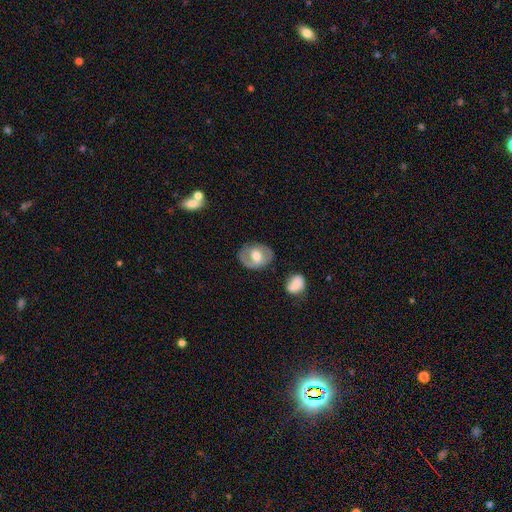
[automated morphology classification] A featured or disk galaxy (52%). Merging: none (76%).